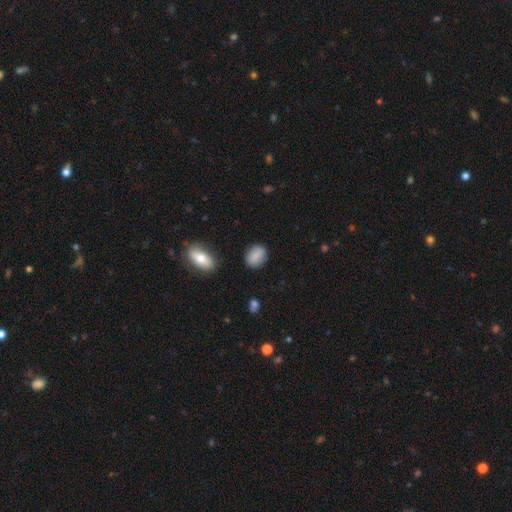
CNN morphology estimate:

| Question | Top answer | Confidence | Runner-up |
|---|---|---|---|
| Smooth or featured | smooth | 84% | featured or disk (9%) |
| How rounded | in between | 70% | round (28%) |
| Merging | none | 84% | minor disturbance (11%) |